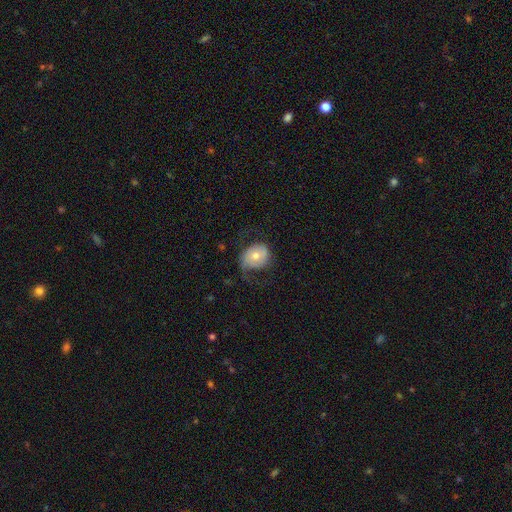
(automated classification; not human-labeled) Q: Smooth or featured?
A: featured or disk (48%); runner-up: smooth (44%)
Q: Merging?
A: none (51%); runner-up: major disturbance (25%)